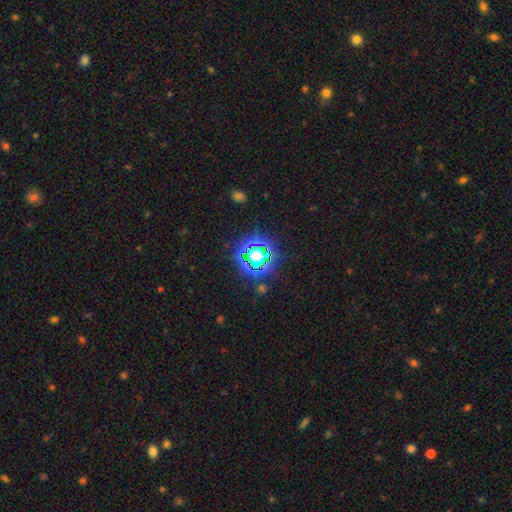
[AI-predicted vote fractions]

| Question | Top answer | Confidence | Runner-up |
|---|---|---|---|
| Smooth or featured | star or artifact | 65% | smooth (23%) |